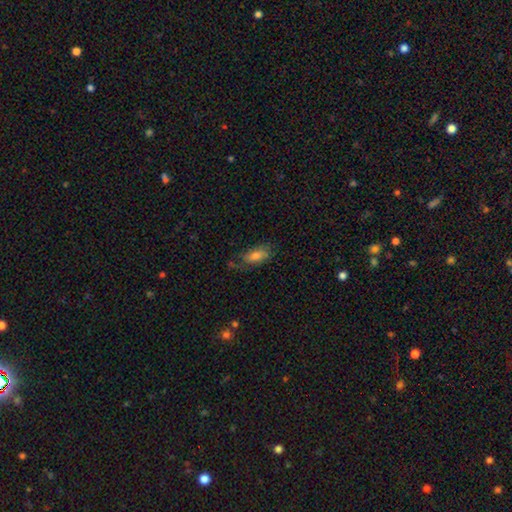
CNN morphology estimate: Smooth or featured? smooth (69%)
How rounded? in between (84%)
Merging? none (60%)